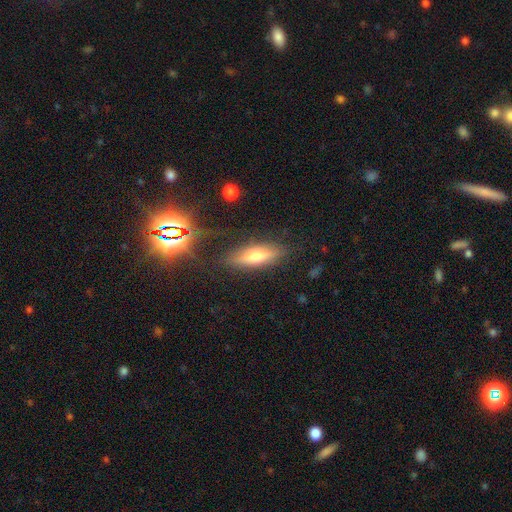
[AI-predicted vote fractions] smooth-or-featured: smooth: 56% | featured or disk: 32% | star or artifact: 12%
  how-rounded: cigar-shaped: 52% | in between: 45% | round: 3%
  merging: none: 83% | minor disturbance: 12% | major disturbance: 3% | merger: 2%